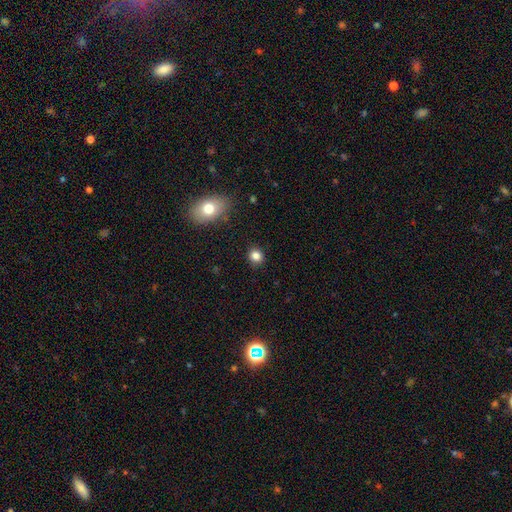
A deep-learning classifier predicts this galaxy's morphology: A smooth galaxy with no disk features (82%) that is round (81%). Merging: none (90%).